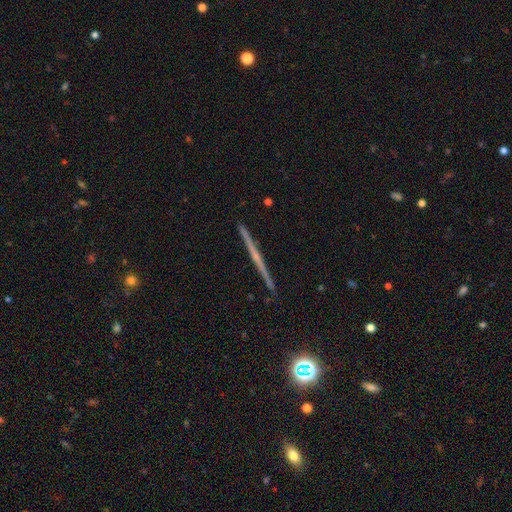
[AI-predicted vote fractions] Smooth or featured? featured or disk (73%)
Edge-on disk? yes (98%)
Edge-on bulge? none (54%)
Merging? none (93%)